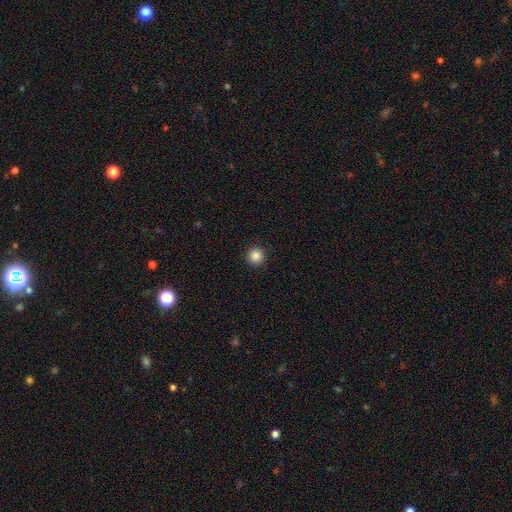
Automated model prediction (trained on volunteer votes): smooth-or-featured: smooth: 86% | star or artifact: 10% | featured or disk: 4%
  how-rounded: round: 94% | in between: 5% | cigar-shaped: 1%
  merging: none: 93% | minor disturbance: 4% | major disturbance: 2% | merger: 1%